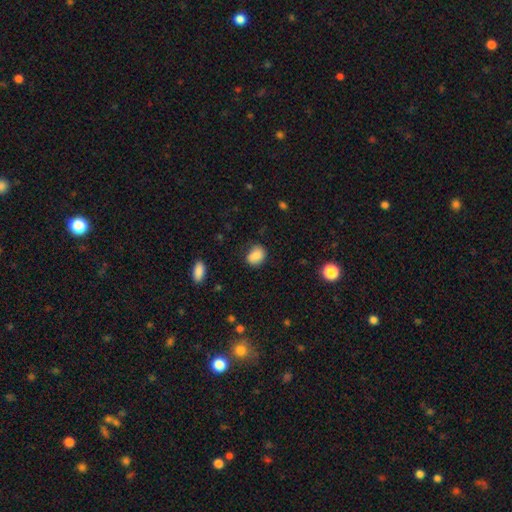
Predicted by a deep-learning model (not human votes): A smooth galaxy with no disk features (85%) that is in between round and cigar-shaped (59%). Merging: none (70%).